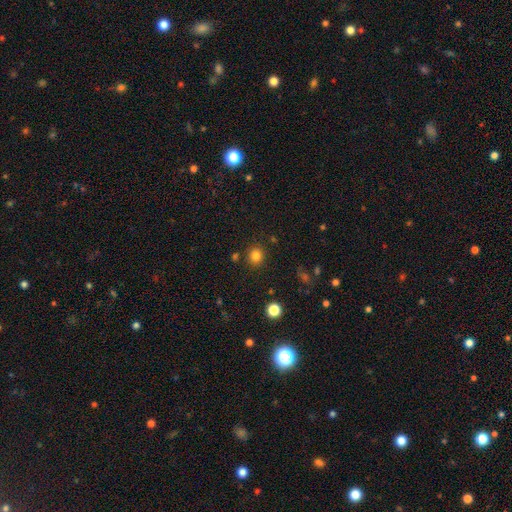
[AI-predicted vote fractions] smooth 82%, star or artifact 14%, featured or disk 5%. Down the decision tree: how rounded — round (87%); merging — none (87%).